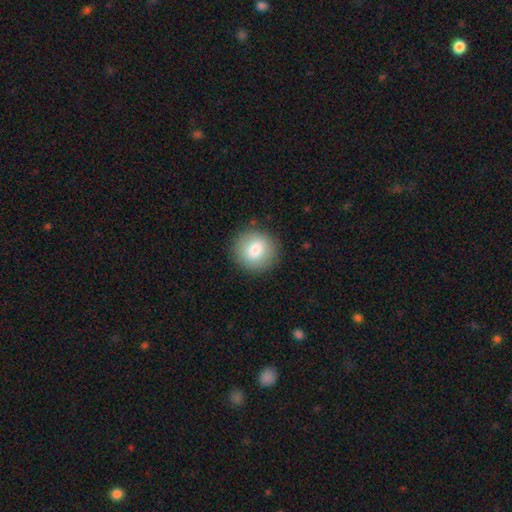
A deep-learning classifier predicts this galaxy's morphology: Smooth or featured? smooth (78%)
How rounded? round (92%)
Merging? none (91%)